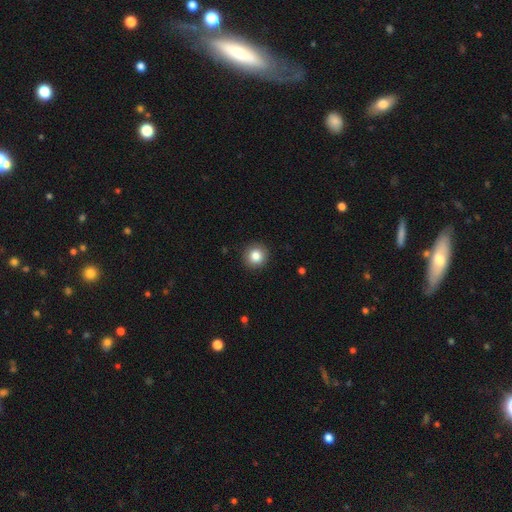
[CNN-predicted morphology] This appears to be a smooth galaxy with no disk features (83%) that is round (93%). Merging: none (92%).